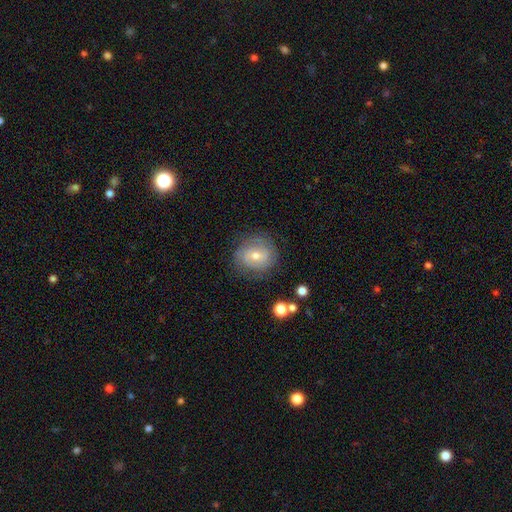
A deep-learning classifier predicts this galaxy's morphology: Smooth or featured?
  - featured or disk: 57% *
  - smooth: 35%
  - star or artifact: 8%
Edge-on disk?
  - no: 97% *
  - yes: 3%
Bar?
  - no: 57% *
  - weak: 35%
  - strong: 7%
Spiral arms?
  - yes: 79% *
  - no: 21%
Bulge size?
  - moderate: 59% *
  - small: 36%
  - large: 3%
  - none: 1%
  - dominant: 1%
Merging?
  - none: 77% *
  - minor disturbance: 16%
  - major disturbance: 6%
  - merger: 1%